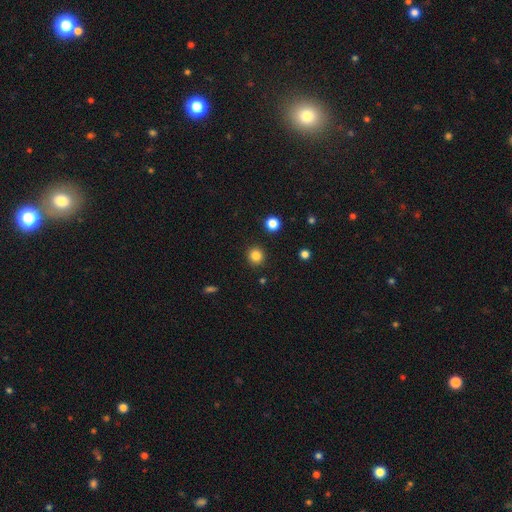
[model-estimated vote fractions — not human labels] A smooth galaxy with no disk features (84%) that is round (93%). Merging: none (91%).